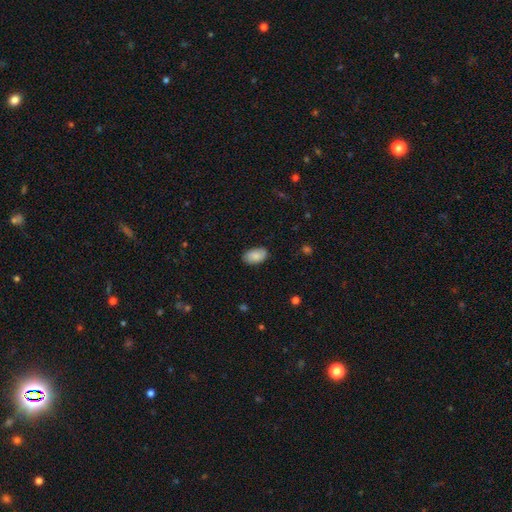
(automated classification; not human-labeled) smooth-or-featured: smooth: 85% | featured or disk: 9% | star or artifact: 7%
  how-rounded: in between: 94% | round: 5% | cigar-shaped: 1%
  merging: none: 84% | minor disturbance: 13% | major disturbance: 2% | merger: 1%